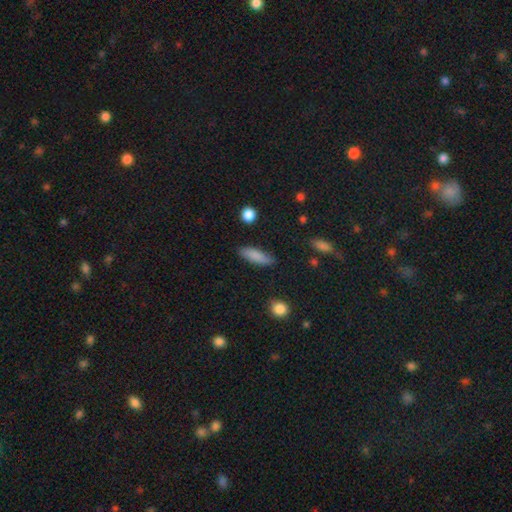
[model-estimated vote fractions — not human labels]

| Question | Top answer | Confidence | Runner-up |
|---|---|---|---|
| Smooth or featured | smooth | 85% | featured or disk (9%) |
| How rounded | in between | 52% | cigar-shaped (45%) |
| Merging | none | 85% | minor disturbance (11%) |